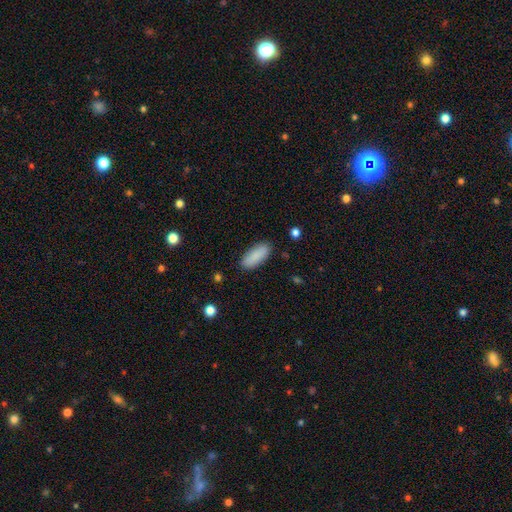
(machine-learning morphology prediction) This is clearly a smooth galaxy (89%). How rounded: likely in between (76%). Merging: clearly none (88%).